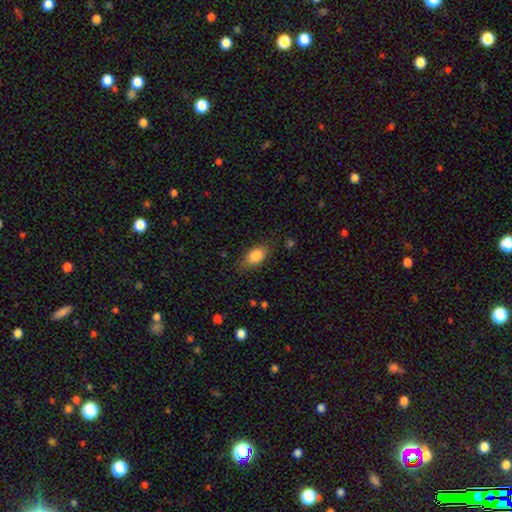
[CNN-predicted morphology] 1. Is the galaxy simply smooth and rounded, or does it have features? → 85% smooth, 8% featured or disk, 7% star or artifact.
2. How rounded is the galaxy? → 88% in between, 8% round, 5% cigar-shaped.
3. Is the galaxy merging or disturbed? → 76% none, 17% minor disturbance, 5% major disturbance, 1% merger.